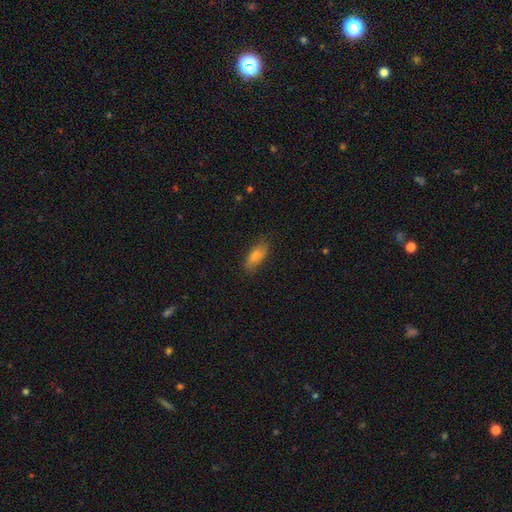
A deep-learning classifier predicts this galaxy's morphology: The model was most divided on "how rounded": in between: 73%, cigar-shaped: 24%, round: 3%. More confident: merging — none (82%); smooth or featured — smooth (75%).